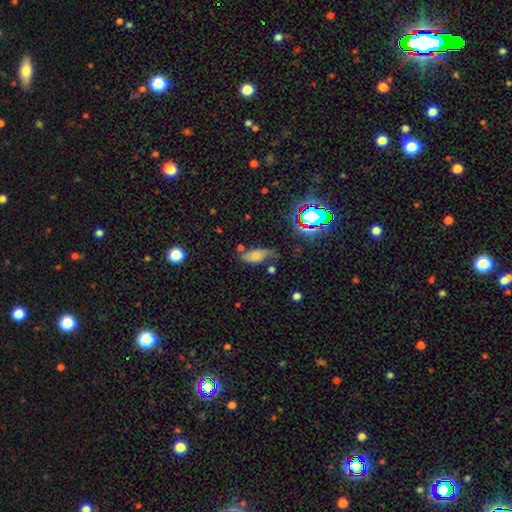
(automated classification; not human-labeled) A smooth galaxy with no disk features (58%) that is in between round and cigar-shaped (84%).

Vote fractions:
- Smooth or featured? smooth: 58% / featured or disk: 26% / star or artifact: 16%
- How rounded? in between: 84% / cigar-shaped: 10% / round: 5%
- Merging? none: 41% / minor disturbance: 31% / major disturbance: 18% / merger: 11%